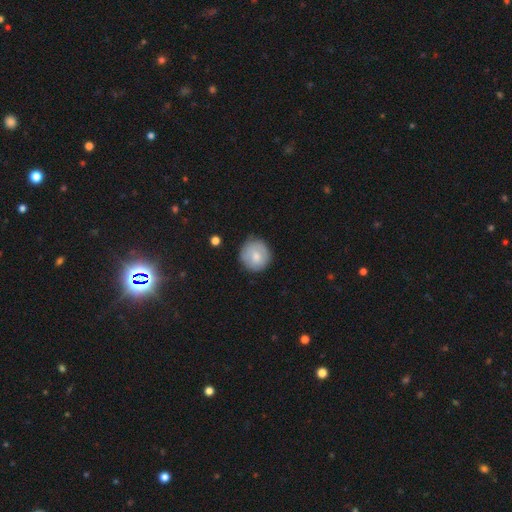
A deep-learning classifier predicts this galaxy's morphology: The model was most divided on "smooth or featured": smooth: 75%, featured or disk: 18%, star or artifact: 7%. More confident: how rounded — round (93%); merging — none (80%).